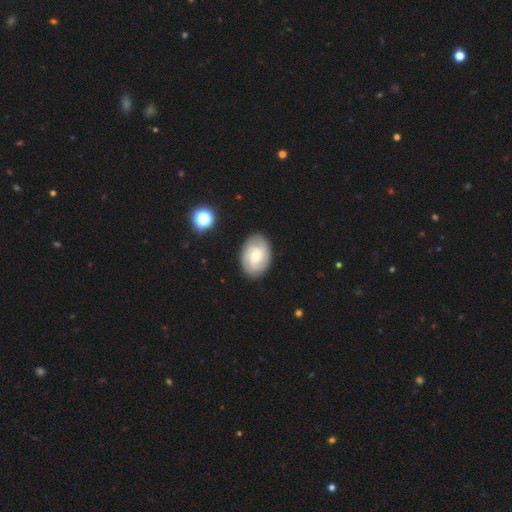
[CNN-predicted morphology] type=featured or disk (66%); edge-on=no (96%); bar=weak (46%); spiral arms=yes (89%); winding=tight (50%); arm count=2 (30%); bulge=moderate (49%); merging=none (84%).